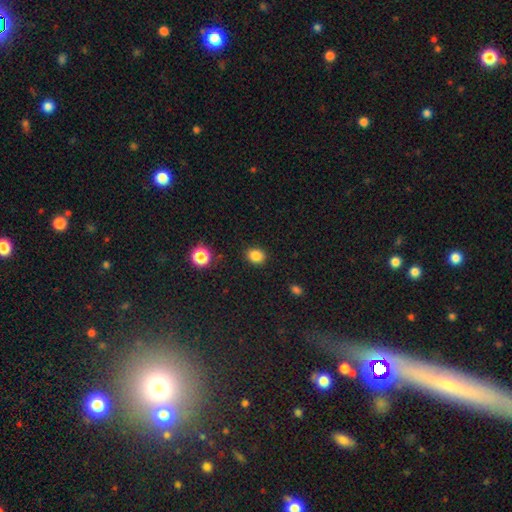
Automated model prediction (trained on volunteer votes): smooth-or-featured: smooth: 85% | star or artifact: 11% | featured or disk: 4%
  how-rounded: round: 57% | in between: 42% | cigar-shaped: 1%
  merging: none: 87% | minor disturbance: 9% | major disturbance: 3% | merger: 2%